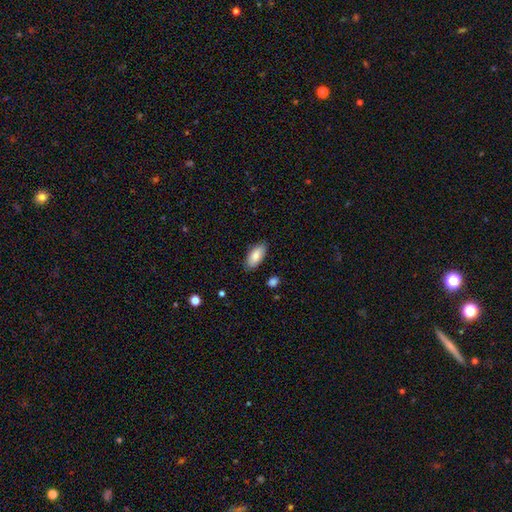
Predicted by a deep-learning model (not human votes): Morphology: type=smooth (83%); roundness=in between (92%); merging=none (85%).